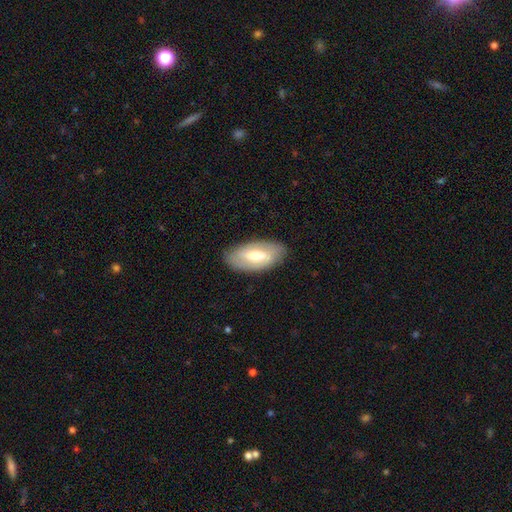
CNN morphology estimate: Smooth or featured? Predicted: featured or disk (p=0.51). Edge-on disk? Predicted: no (p=0.86). Merging? Predicted: none (p=0.84).